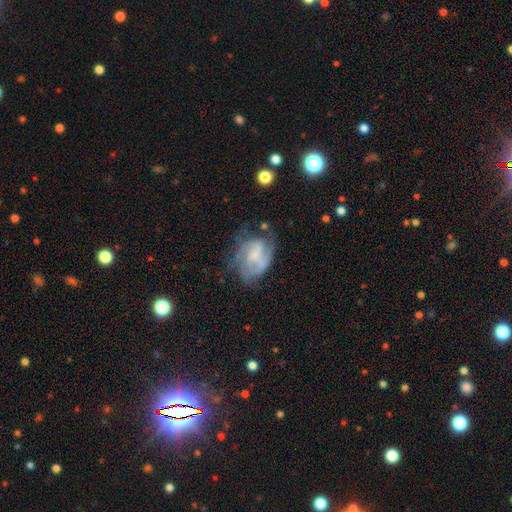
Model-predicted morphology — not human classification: This appears to be a featured or disk galaxy (66%) with no bar (49%), spiral arms (76%) and no central bulge (51%). Merging: none (46%).